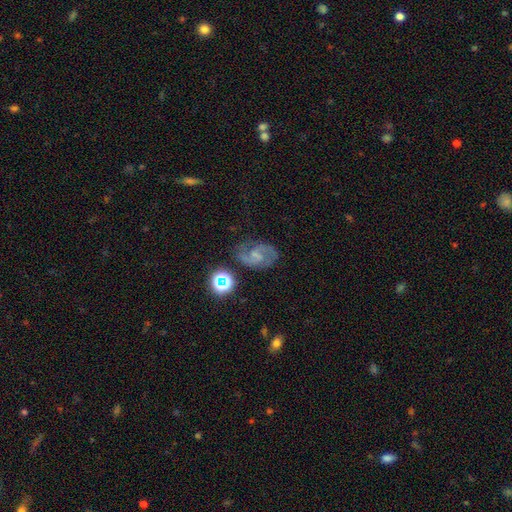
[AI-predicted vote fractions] smooth_or_featured: featured or disk (p=0.76) [alt: smooth p=0.13]
disk_edge_on: no (p=0.98) [alt: yes p=0.02]
bar: weak (p=0.50) [alt: no p=0.38]
has_spiral_arms: yes (p=0.95) [alt: no p=0.05]
spiral_winding: medium (p=0.55) [alt: loose p=0.25]
spiral_arm_count: 2 (p=0.88) [alt: can't tell p=0.06]
bulge_size: small (p=0.47) [alt: none p=0.29]
merging: none (p=0.71) [alt: minor disturbance p=0.18]